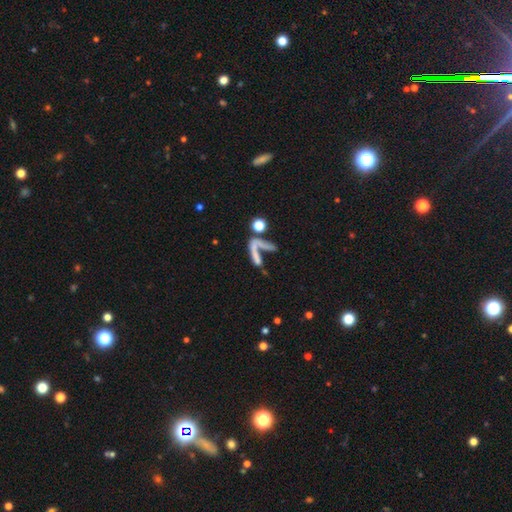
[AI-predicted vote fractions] A smooth galaxy with no disk features (49%).

Vote fractions:
- Smooth or featured? smooth: 49% / featured or disk: 35% / star or artifact: 15%
- Merging? merger: 36% / none: 29% / major disturbance: 23% / minor disturbance: 11%